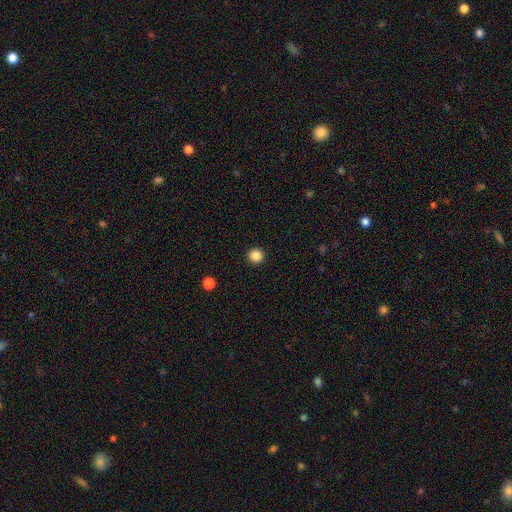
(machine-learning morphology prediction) The model was most divided on "smooth or featured": smooth: 86%, star or artifact: 11%, featured or disk: 3%. More confident: how rounded — round (95%); merging — none (93%).